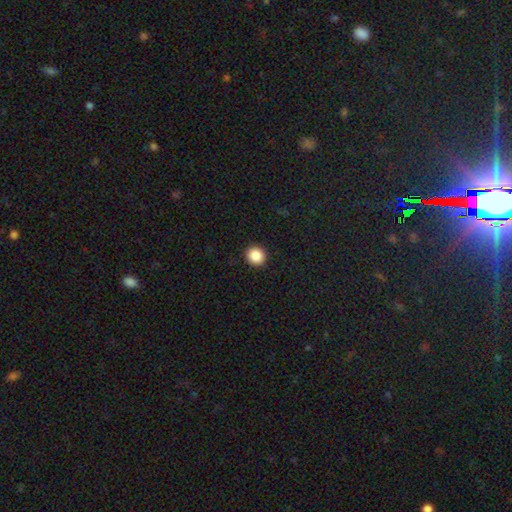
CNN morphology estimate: Q: Smooth or featured?
A: smooth (88%); runner-up: star or artifact (9%)
Q: How rounded?
A: round (90%); runner-up: in between (9%)
Q: Merging?
A: none (92%); runner-up: minor disturbance (5%)